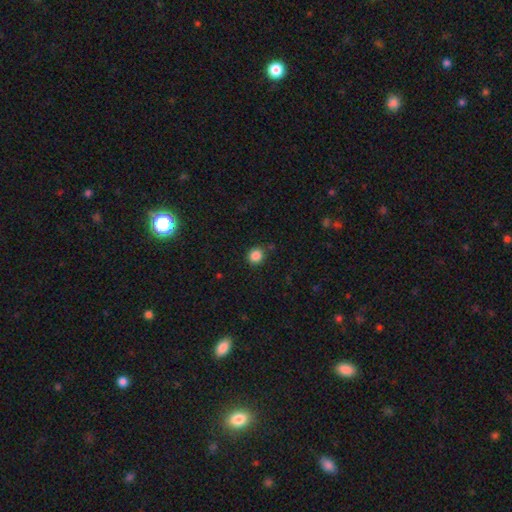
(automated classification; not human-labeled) Q: Smooth or featured?
A: smooth (86%); runner-up: star or artifact (11%)
Q: How rounded?
A: round (87%); runner-up: in between (12%)
Q: Merging?
A: none (85%); runner-up: minor disturbance (9%)